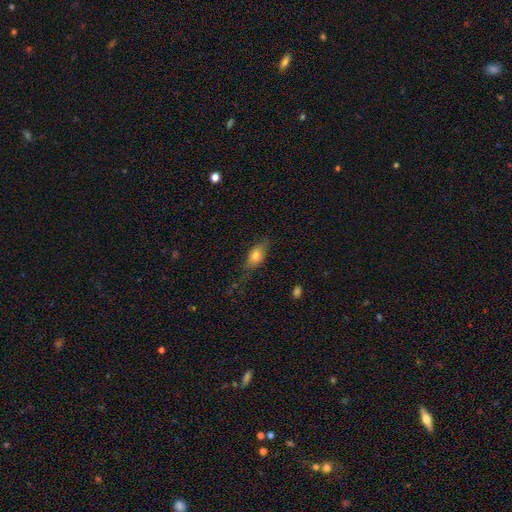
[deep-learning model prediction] This is likely a smooth galaxy (67%). How rounded: likely in between (77%). Merging: likely none (60%).